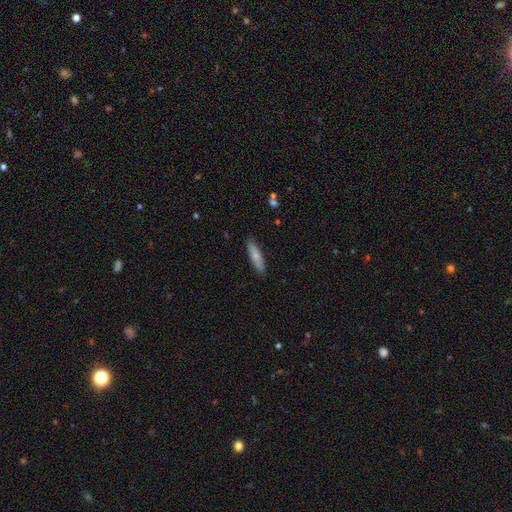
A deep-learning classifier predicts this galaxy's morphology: Smooth or featured? smooth (77%)
How rounded? cigar-shaped (72%)
Merging? none (88%)